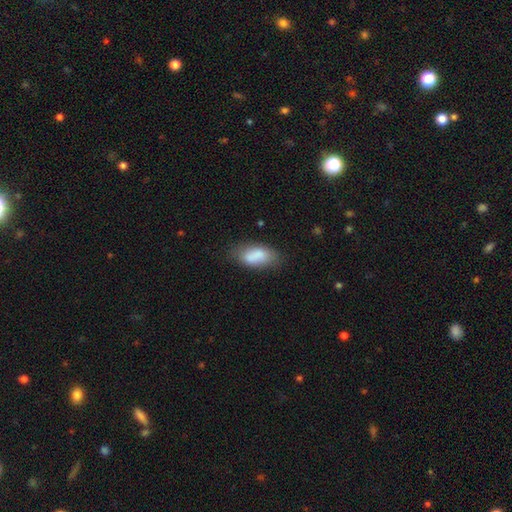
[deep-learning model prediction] smooth_or_featured: smooth (p=0.80) [alt: featured or disk p=0.12]
how_rounded: in between (p=0.90) [alt: cigar-shaped p=0.07]
merging: none (p=0.63) [alt: minor disturbance p=0.24]